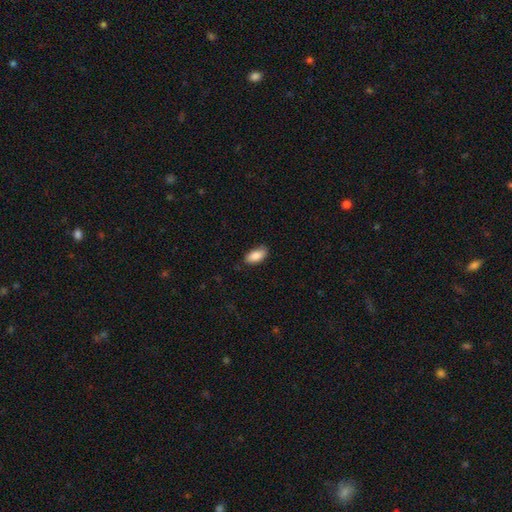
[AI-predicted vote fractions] Smooth or featured?
  - smooth: 87% *
  - star or artifact: 7%
  - featured or disk: 7%
How rounded?
  - in between: 90% *
  - cigar-shaped: 7%
  - round: 3%
Merging?
  - none: 81% *
  - minor disturbance: 15%
  - major disturbance: 3%
  - merger: 1%